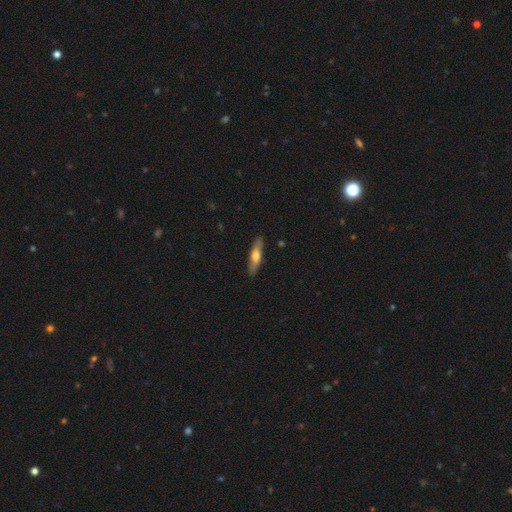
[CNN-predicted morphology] The model was most divided on "smooth or featured": smooth: 52%, featured or disk: 42%, star or artifact: 6%. More confident: merging — none (88%); how rounded — cigar-shaped (78%).